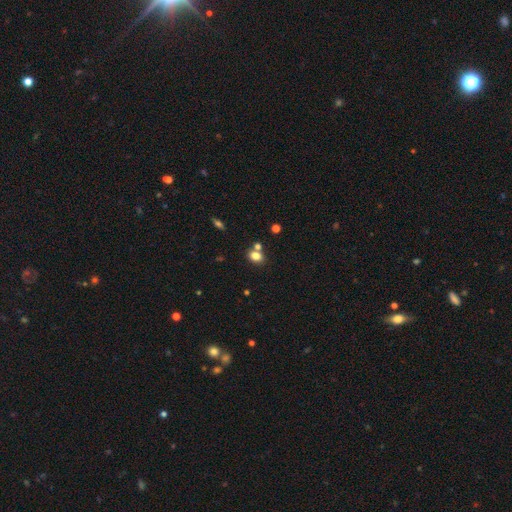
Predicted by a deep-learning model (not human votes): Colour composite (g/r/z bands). It shows a smooth galaxy with no disk features (80%) that is in between round and cigar-shaped (62%). Merging: none (62%).